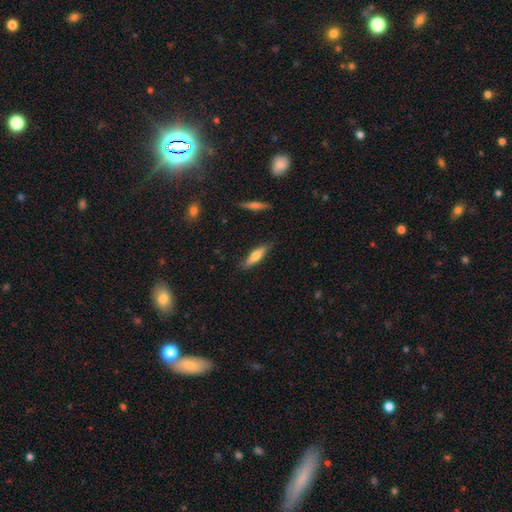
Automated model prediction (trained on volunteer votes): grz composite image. It shows a smooth galaxy with no disk features (60%) that is cigar-shaped (69%). Merging: none (84%).